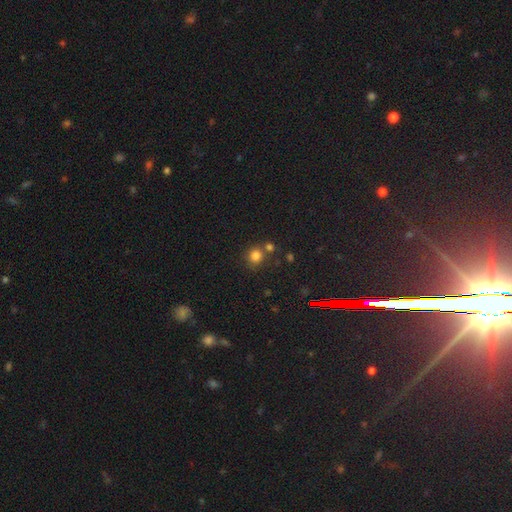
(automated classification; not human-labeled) This is likely a smooth galaxy (80%). How rounded: clearly round (87%). Merging: likely none (68%).